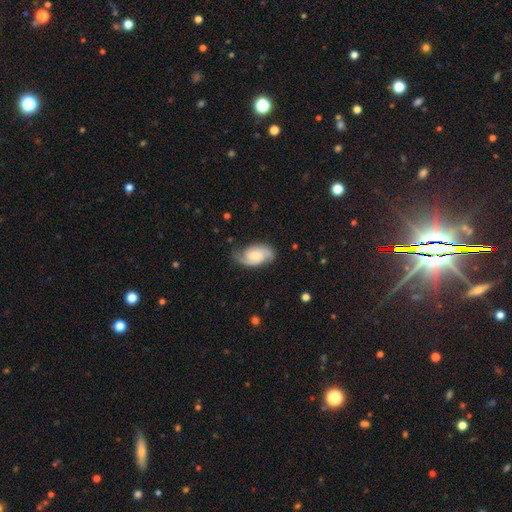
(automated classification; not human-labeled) Smooth or featured? Predicted: featured or disk (p=0.77). Edge-on disk? Predicted: no (p=0.96). Bar? Predicted: no (p=0.64). Spiral arms? Predicted: yes (p=0.96). Spiral winding? Predicted: medium (p=0.46). Spiral arm count? Predicted: 2 (p=0.82). Bulge size? Predicted: small (p=0.41). Merging? Predicted: none (p=0.72).